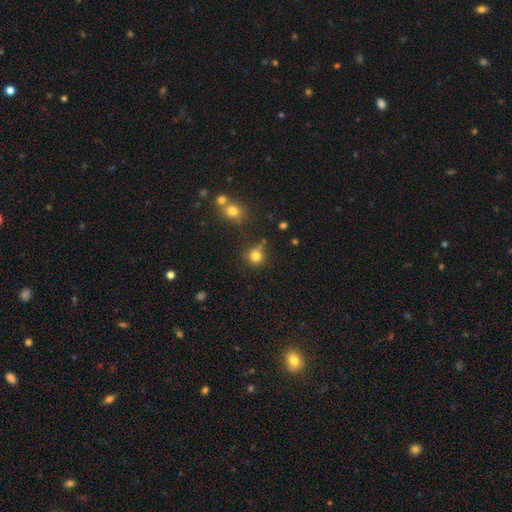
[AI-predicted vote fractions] Morphology: type=smooth (81%); roundness=round (90%); merging=none (73%).